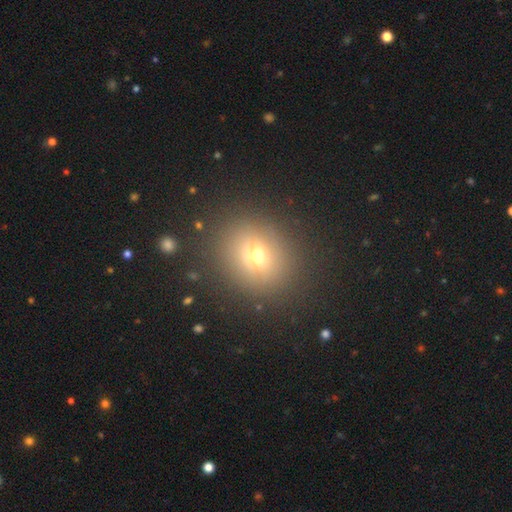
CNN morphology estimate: A smooth galaxy with no disk features (62%) that is round (68%).

Vote fractions:
- Smooth or featured? smooth: 62% / star or artifact: 23% / featured or disk: 15%
- How rounded? round: 68% / in between: 30% / cigar-shaped: 2%
- Merging? none: 87% / minor disturbance: 8% / major disturbance: 3% / merger: 2%